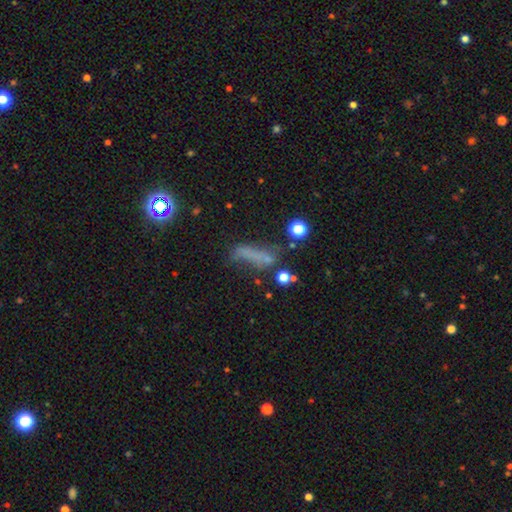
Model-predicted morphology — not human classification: Smooth or featured: smooth — 50% (featured or disk — 26%)
How rounded: cigar-shaped — 67% (in between — 26%)
Merging: none — 46% (minor disturbance — 23%)